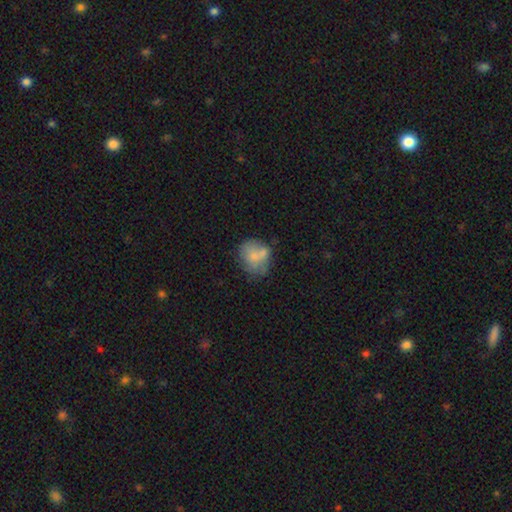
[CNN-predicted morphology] The model was most divided on "merging": none: 42%, minor disturbance: 23%, merger: 21%, major disturbance: 13%. More confident: how rounded — round (68%); smooth or featured — smooth (64%).